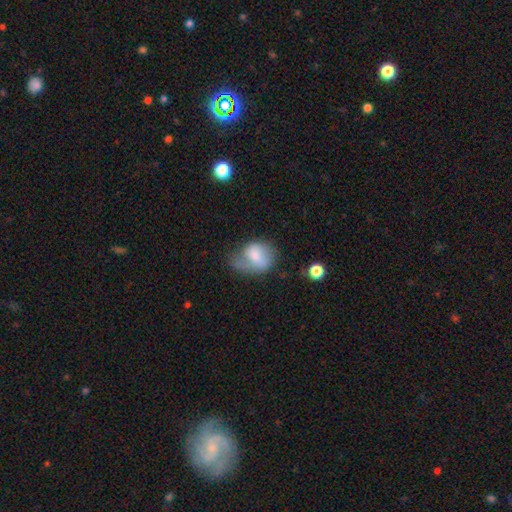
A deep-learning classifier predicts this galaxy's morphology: Q: Smooth or featured?
A: smooth (65%); runner-up: featured or disk (27%)
Q: How rounded?
A: in between (63%); runner-up: round (36%)
Q: Merging?
A: minor disturbance (35%); runner-up: major disturbance (31%)